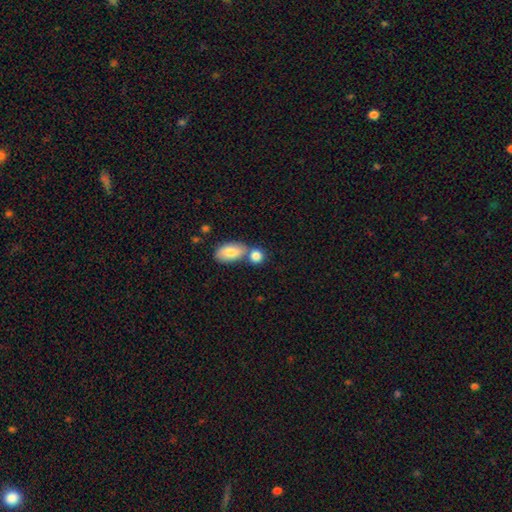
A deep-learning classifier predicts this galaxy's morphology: A smooth galaxy with no disk features (85%) that is round (52%). Merging: none (45%).